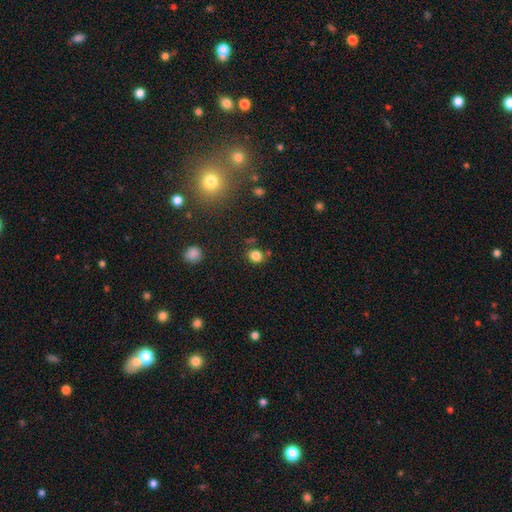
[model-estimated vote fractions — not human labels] A smooth galaxy with no disk features (82%) that is round (71%). Merging: none (77%).